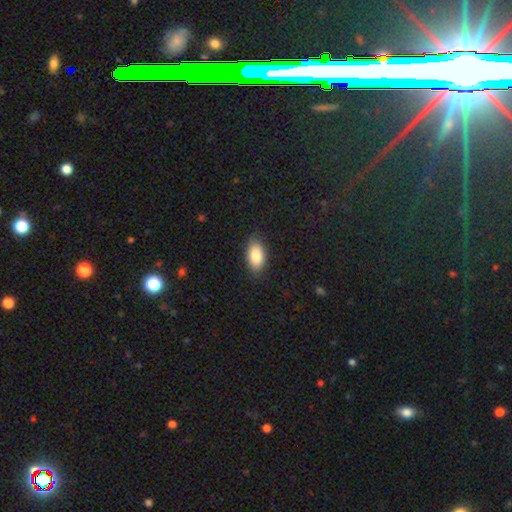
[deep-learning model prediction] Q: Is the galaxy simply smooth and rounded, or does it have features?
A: smooth — 86%.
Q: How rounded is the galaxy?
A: in between — 93%.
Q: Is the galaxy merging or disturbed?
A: none — 87%.